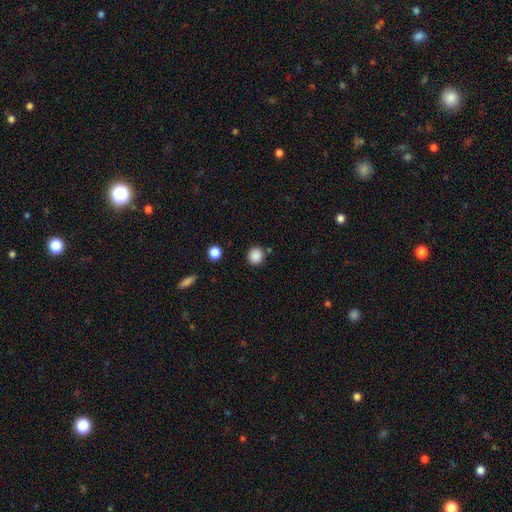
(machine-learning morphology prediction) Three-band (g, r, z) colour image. It shows a smooth galaxy with no disk features (87%) that is round (87%). Merging: none (85%).